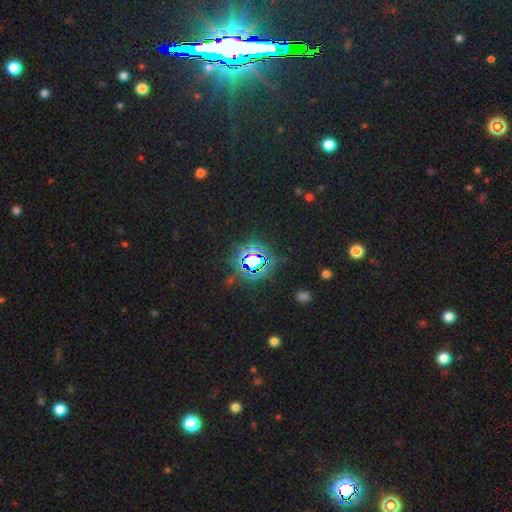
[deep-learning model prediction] smooth-or-featured: star or artifact: 77% | smooth: 15% | featured or disk: 8%